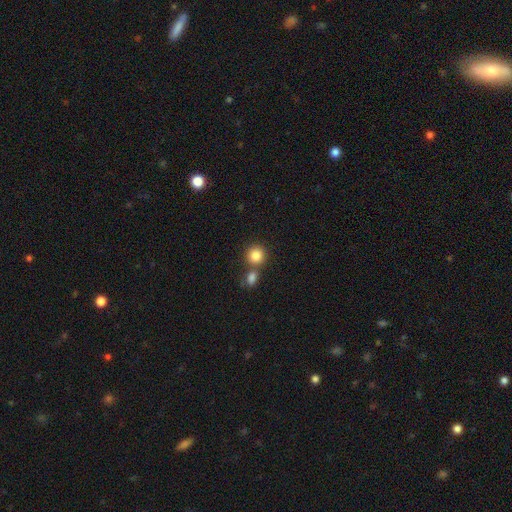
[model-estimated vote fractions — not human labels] Smooth or featured: smooth — 84% (star or artifact — 10%)
How rounded: round — 89% (in between — 10%)
Merging: none — 61% (merger — 28%)